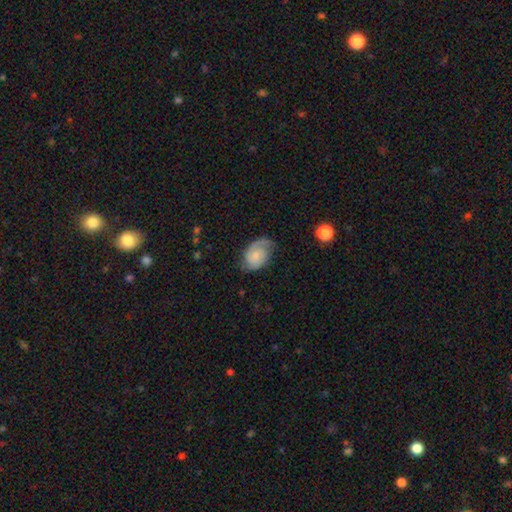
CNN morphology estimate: A featured or disk galaxy (66%) with no bar (68%), 2 (62%) tight (41%, tied with medium) spiral arms (93%) and a small central bulge (50%). Merging: none (60%).